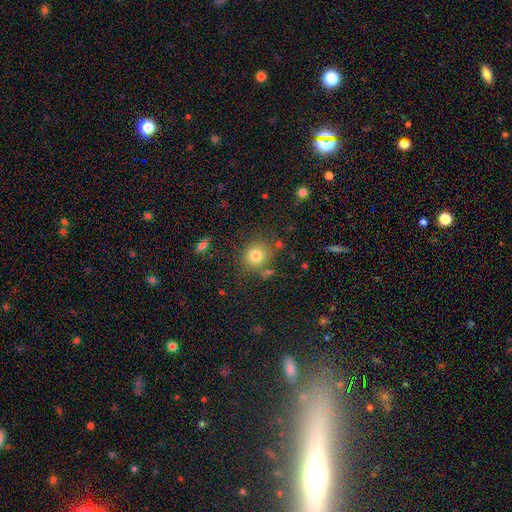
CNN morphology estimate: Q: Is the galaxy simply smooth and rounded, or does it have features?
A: smooth — 78%.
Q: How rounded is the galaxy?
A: round — 80%.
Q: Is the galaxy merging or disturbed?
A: none — 76%.